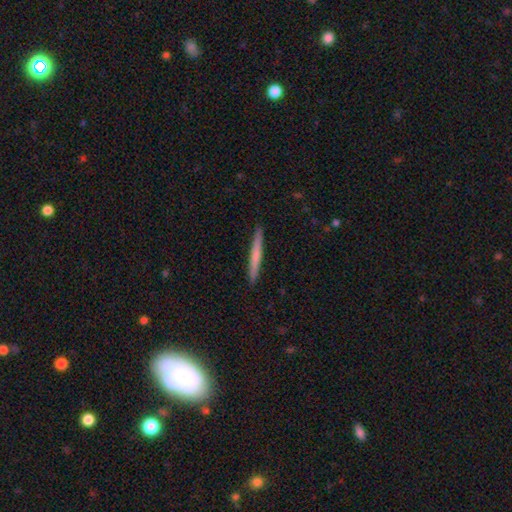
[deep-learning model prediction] Smooth or featured? Predicted: smooth (p=0.63). How rounded? Predicted: cigar-shaped (p=0.97). Merging? Predicted: none (p=0.92).